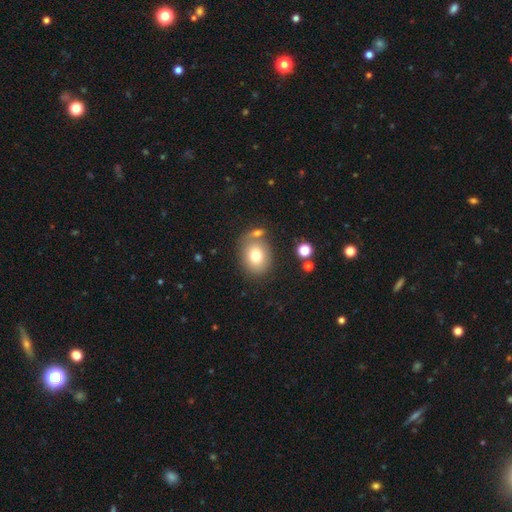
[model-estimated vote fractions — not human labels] Overall: smooth (76%). How rounded: in between (54%; round 45%). Merging: none (62%).